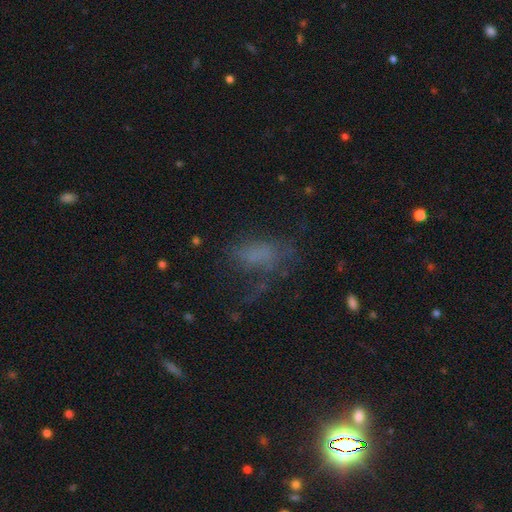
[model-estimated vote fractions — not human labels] smooth_or_featured: smooth (p=0.51) [alt: featured or disk p=0.25]
how_rounded: in between (p=0.83) [alt: cigar-shaped p=0.09]
merging: none (p=0.43) [alt: major disturbance p=0.31]